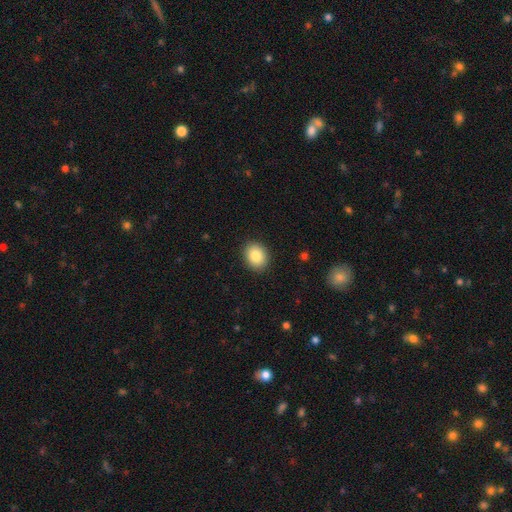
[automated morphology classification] smooth-or-featured: smooth: 85% | star or artifact: 8% | featured or disk: 7%
  how-rounded: round: 50% | in between: 49% | cigar-shaped: 1%
  merging: none: 90% | minor disturbance: 7% | major disturbance: 2% | merger: 1%